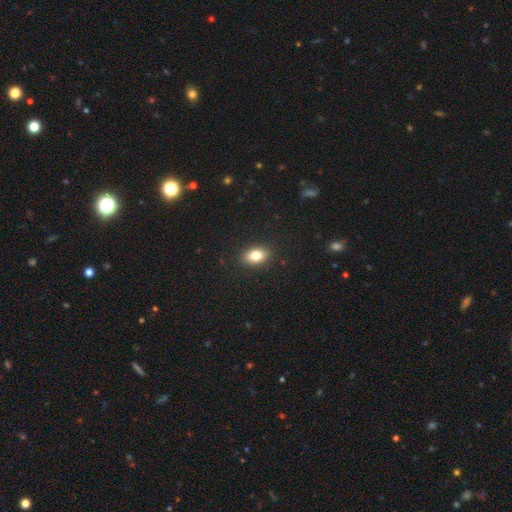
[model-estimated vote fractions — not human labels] This appears to be a smooth galaxy with no disk features (81%) that is in between round and cigar-shaped (86%). Merging: none (89%).